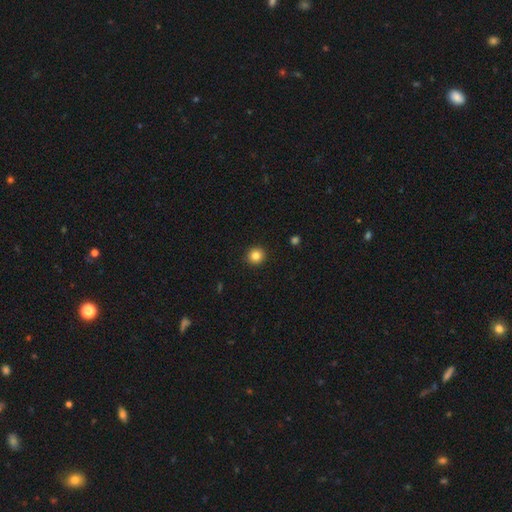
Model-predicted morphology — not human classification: smooth_or_featured: smooth (p=0.84) [alt: star or artifact p=0.11]
how_rounded: round (p=0.93) [alt: in between p=0.06]
merging: none (p=0.93) [alt: minor disturbance p=0.05]